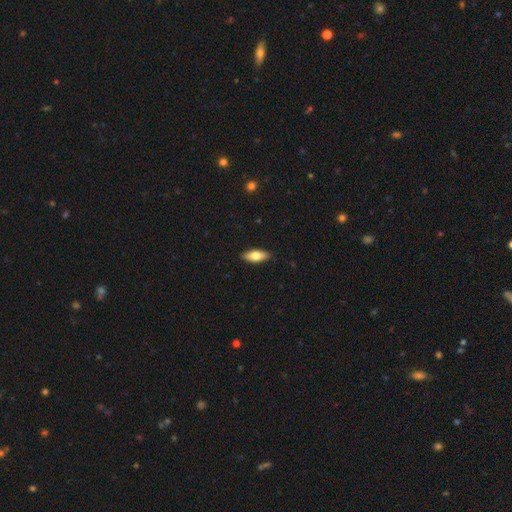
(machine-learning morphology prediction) Smooth or featured?
  - smooth: 75% *
  - featured or disk: 19%
  - star or artifact: 6%
How rounded?
  - in between: 80% *
  - cigar-shaped: 18%
  - round: 2%
Merging?
  - none: 89% *
  - minor disturbance: 9%
  - major disturbance: 2%
  - merger: 1%